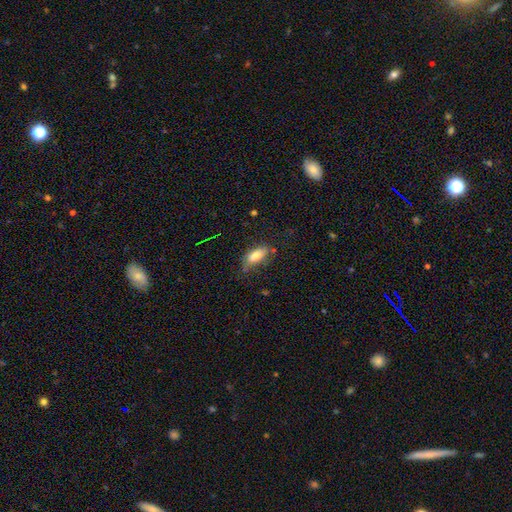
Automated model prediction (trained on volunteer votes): Q: Smooth or featured?
A: smooth (75%); runner-up: featured or disk (17%)
Q: How rounded?
A: in between (80%); runner-up: cigar-shaped (17%)
Q: Merging?
A: none (61%); runner-up: minor disturbance (26%)